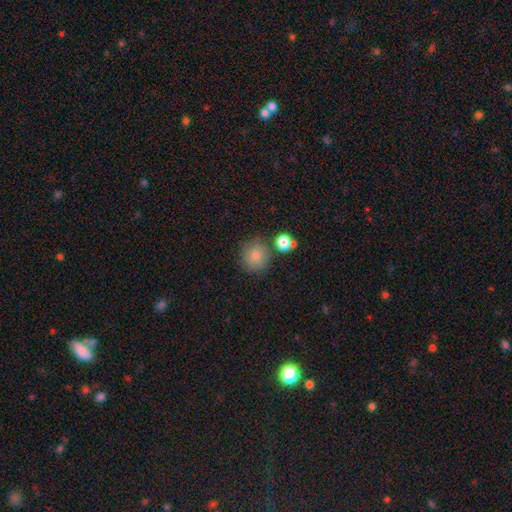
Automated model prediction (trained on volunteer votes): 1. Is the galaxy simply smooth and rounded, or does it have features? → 81% smooth, 10% star or artifact, 9% featured or disk.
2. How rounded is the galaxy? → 87% round, 12% in between, 1% cigar-shaped.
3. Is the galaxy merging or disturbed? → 69% none, 16% minor disturbance, 10% merger, 5% major disturbance.